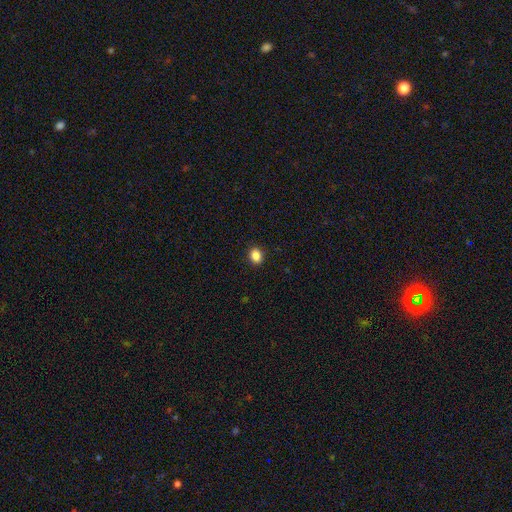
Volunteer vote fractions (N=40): Q: Smooth or featured?
A: smooth (88%); runner-up: featured or disk (8%)
Q: How rounded?
A: in between (57%); runner-up: round (43%)
Q: Merging?
A: none (89%); runner-up: minor disturbance (8%)